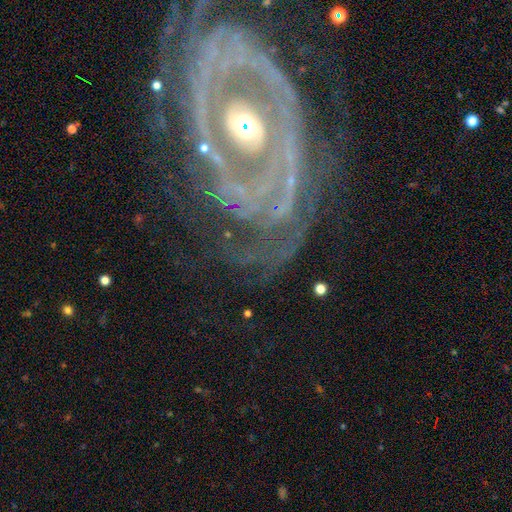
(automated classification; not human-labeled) The model was most divided on "spiral arm count": can't tell: 30%, 2: 27%, 3: 15%, 4: 10%, more than 4: 10%, 1: 9%. More confident: edge-on disk — no (95%); smooth or featured — featured or disk (89%); spiral arms — yes (86%); spiral winding — tight (70%); bar — no (69%); merging — none (67%); bulge size — moderate (66%).